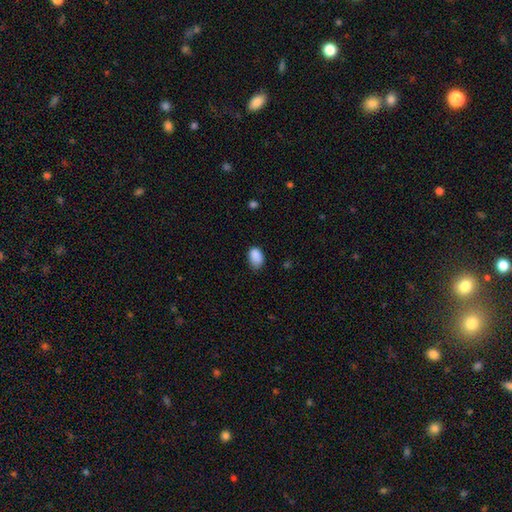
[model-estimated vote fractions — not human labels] A smooth galaxy with no disk features (88%) that is in between round and cigar-shaped (85%). Merging: none (62%).